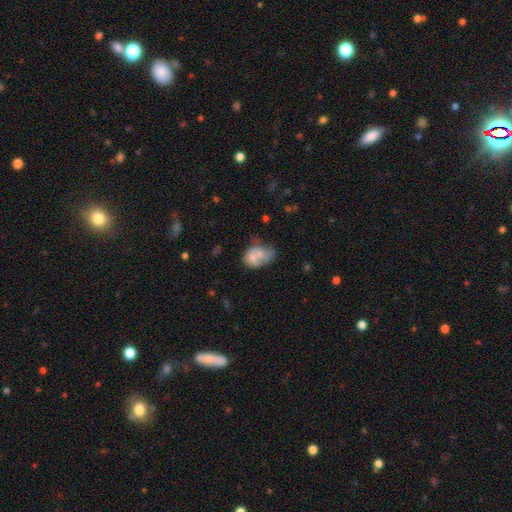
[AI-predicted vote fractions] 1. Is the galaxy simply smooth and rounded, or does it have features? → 61% smooth, 30% featured or disk, 9% star or artifact.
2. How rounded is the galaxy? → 71% in between, 27% round, 1% cigar-shaped.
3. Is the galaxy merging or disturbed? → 37% merger, 23% none, 22% minor disturbance, 18% major disturbance.